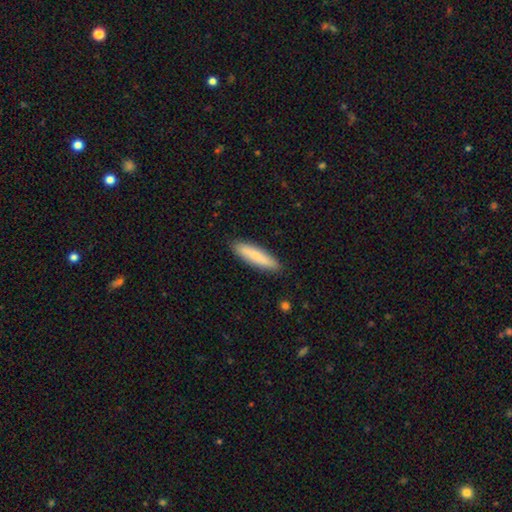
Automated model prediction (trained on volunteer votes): Smooth or featured?
  - smooth: 76% *
  - featured or disk: 19%
  - star or artifact: 5%
How rounded?
  - cigar-shaped: 78% *
  - in between: 21%
  - round: 2%
Merging?
  - none: 90% *
  - minor disturbance: 8%
  - major disturbance: 2%
  - merger: 1%